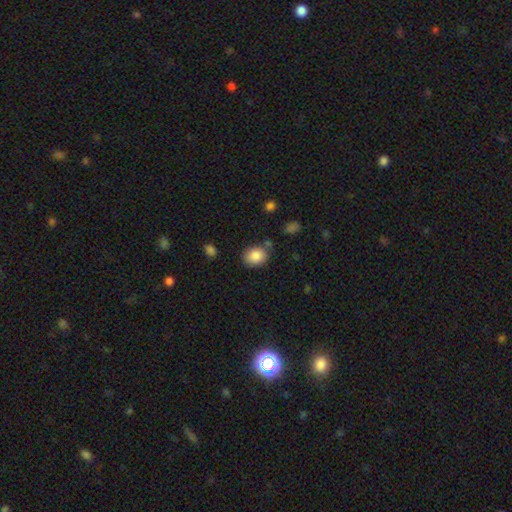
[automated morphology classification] The model was most divided on "how rounded": in between: 51%, round: 48%, cigar-shaped: 1%. More confident: smooth or featured — smooth (86%); merging — none (77%).